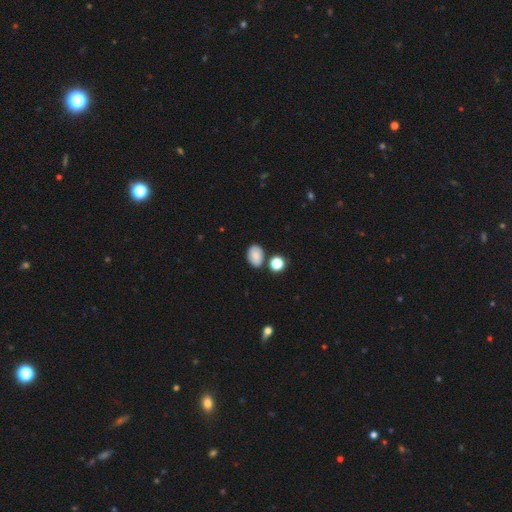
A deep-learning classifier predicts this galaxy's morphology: A smooth galaxy with no disk features (83%) that is in between round and cigar-shaped (81%).

Vote fractions:
- Smooth or featured? smooth: 83% / star or artifact: 9% / featured or disk: 7%
- How rounded? in between: 81% / round: 18% / cigar-shaped: 1%
- Merging? none: 75% / minor disturbance: 14% / merger: 8% / major disturbance: 3%